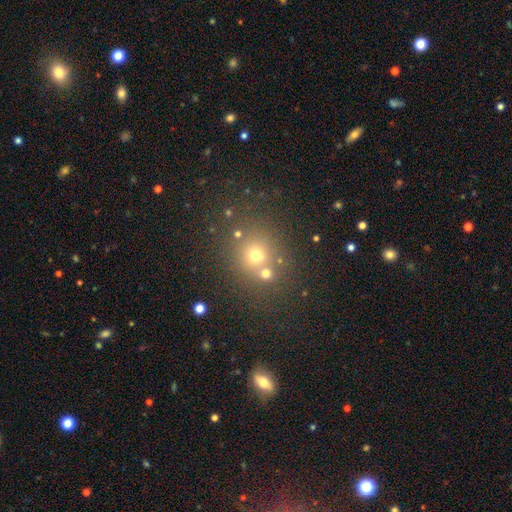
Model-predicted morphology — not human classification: The model was most divided on "smooth or featured": smooth: 62%, star or artifact: 25%, featured or disk: 13%. More confident: how rounded — round (81%); merging — none (63%).